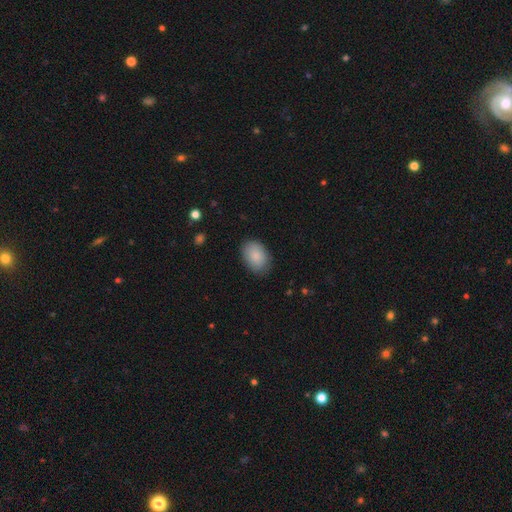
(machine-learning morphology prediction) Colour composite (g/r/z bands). It shows a smooth galaxy with no disk features (87%) that is in between round and cigar-shaped (84%). Merging: none (83%).